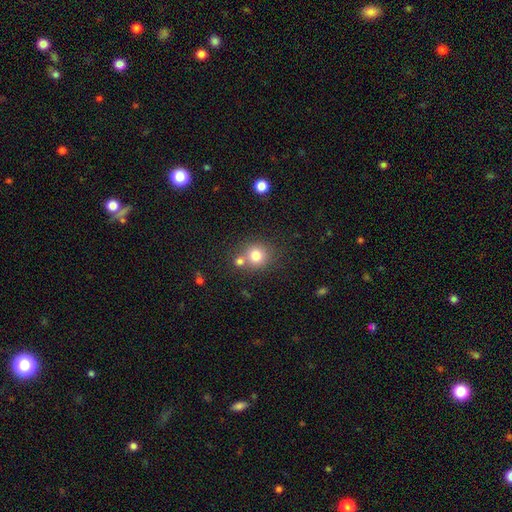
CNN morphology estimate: type=smooth (78%); roundness=round (87%); merging=none (60%).